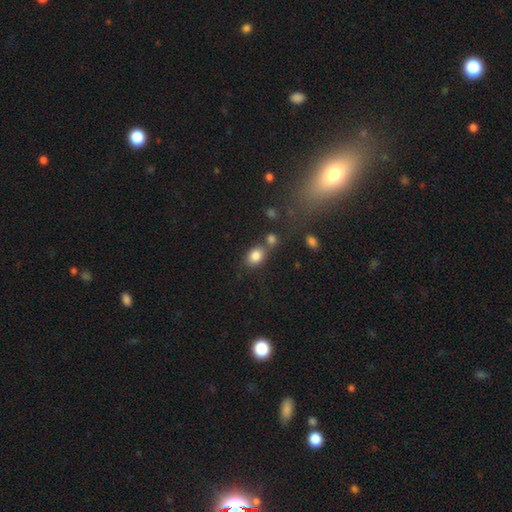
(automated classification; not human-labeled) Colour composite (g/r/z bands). It shows a smooth galaxy with no disk features (83%) that is in between round and cigar-shaped (65%). Merging: none (54%).